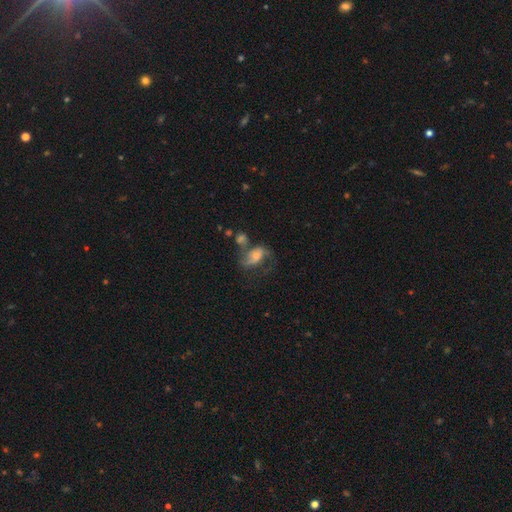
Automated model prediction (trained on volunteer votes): The model was most divided on "merging": none: 33%, major disturbance: 26%, merger: 23%, minor disturbance: 19%. More confident: edge-on disk — no (96%); spiral arms — yes (81%); smooth or featured — featured or disk (59%); bar — no (54%); bulge size — moderate (51%).